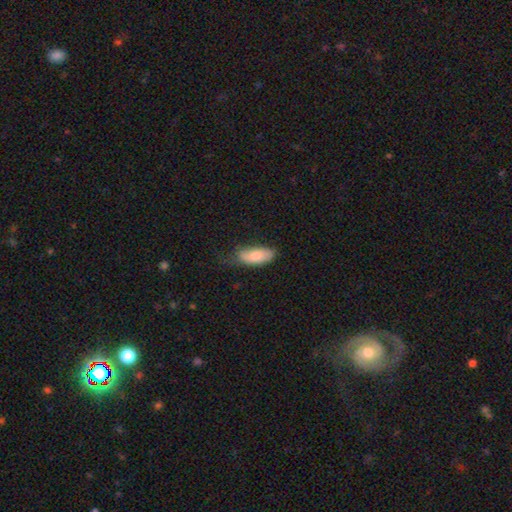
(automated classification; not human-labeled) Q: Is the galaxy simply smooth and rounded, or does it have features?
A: smooth — 78%.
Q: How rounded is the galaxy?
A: in between — 83%.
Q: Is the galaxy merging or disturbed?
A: none — 56%.